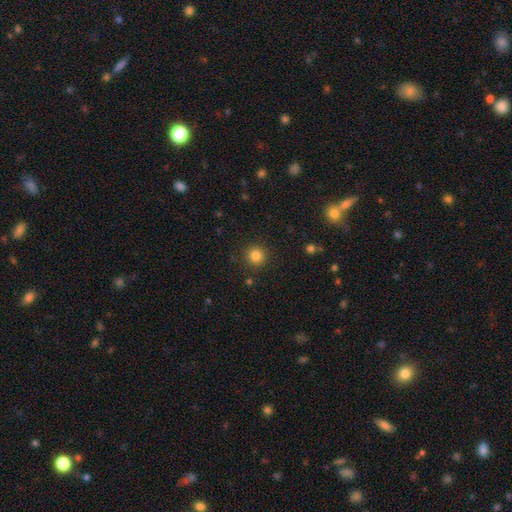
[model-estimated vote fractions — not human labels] Q: Smooth or featured?
A: smooth (83%); runner-up: star or artifact (12%)
Q: How rounded?
A: round (94%); runner-up: in between (5%)
Q: Merging?
A: none (90%); runner-up: minor disturbance (6%)